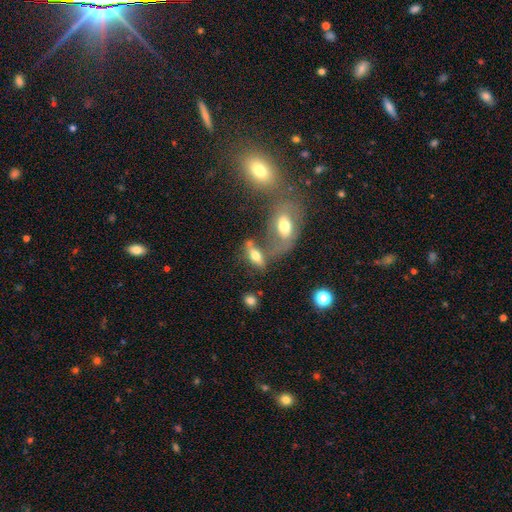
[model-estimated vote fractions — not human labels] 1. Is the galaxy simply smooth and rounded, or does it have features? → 55% smooth, 34% featured or disk, 12% star or artifact.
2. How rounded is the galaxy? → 73% in between, 20% cigar-shaped, 7% round.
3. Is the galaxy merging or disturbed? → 38% none, 36% merger, 14% minor disturbance, 11% major disturbance.